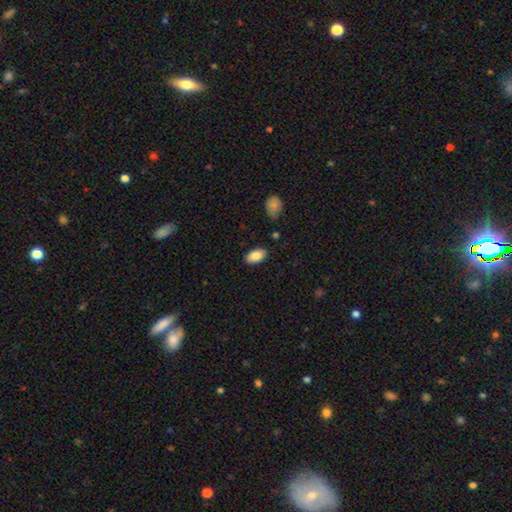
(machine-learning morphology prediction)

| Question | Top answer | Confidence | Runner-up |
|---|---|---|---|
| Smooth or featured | smooth | 83% | featured or disk (10%) |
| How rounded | in between | 94% | round (3%) |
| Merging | none | 86% | minor disturbance (10%) |